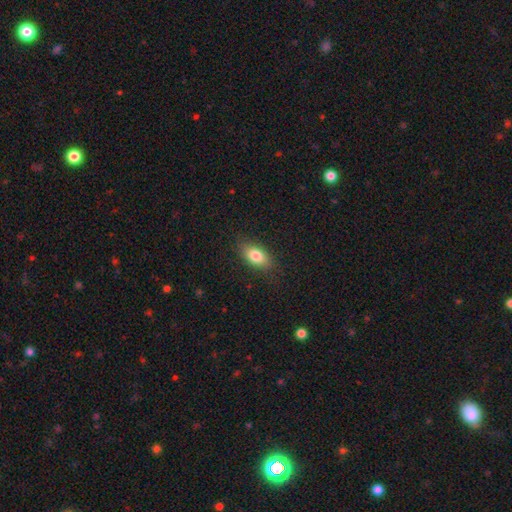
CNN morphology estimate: smooth_or_featured: smooth (p=0.81) [alt: featured or disk p=0.11]
how_rounded: in between (p=0.87) [alt: round p=0.07]
merging: none (p=0.84) [alt: minor disturbance p=0.12]